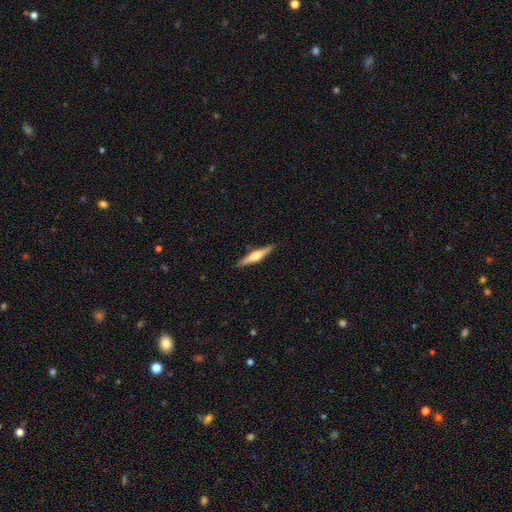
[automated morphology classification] The model was most divided on "smooth or featured": featured or disk: 64%, smooth: 31%, star or artifact: 6%. More confident: edge-on disk — yes (97%); edge-on bulge — rounded (90%); merging — none (89%).